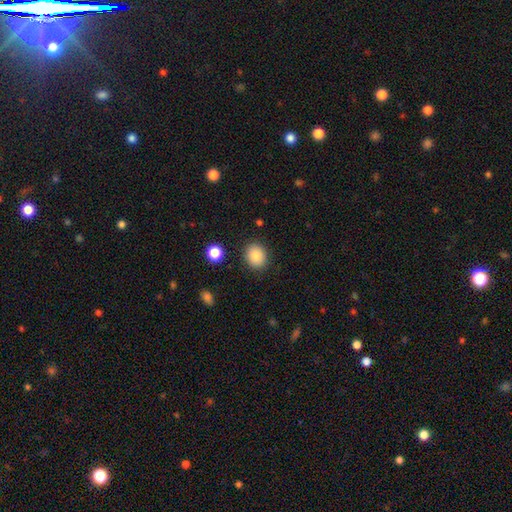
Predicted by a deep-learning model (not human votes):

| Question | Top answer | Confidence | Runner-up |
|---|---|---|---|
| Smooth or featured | smooth | 84% | star or artifact (9%) |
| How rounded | round | 69% | in between (30%) |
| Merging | none | 88% | minor disturbance (8%) |